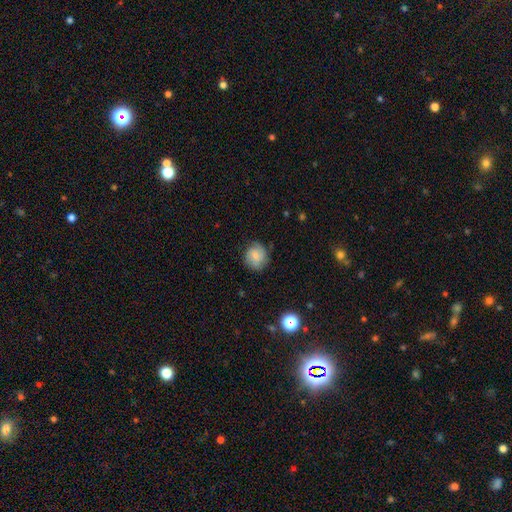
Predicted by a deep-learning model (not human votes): Q: Smooth or featured?
A: smooth (67%); runner-up: featured or disk (24%)
Q: How rounded?
A: round (84%); runner-up: in between (15%)
Q: Merging?
A: none (74%); runner-up: minor disturbance (20%)